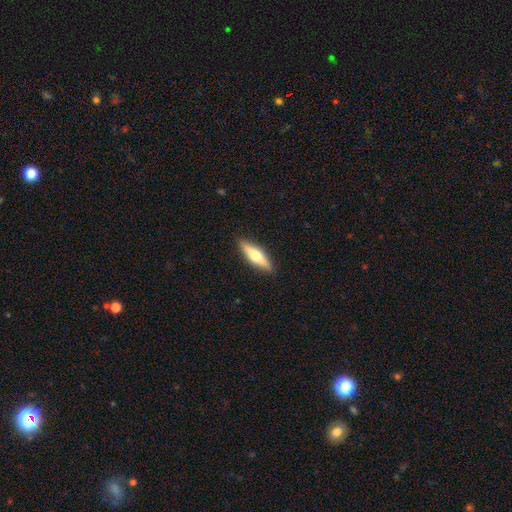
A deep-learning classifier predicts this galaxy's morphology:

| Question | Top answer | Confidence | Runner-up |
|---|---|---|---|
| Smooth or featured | smooth | 51% | featured or disk (44%) |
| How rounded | cigar-shaped | 64% | in between (34%) |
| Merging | none | 90% | minor disturbance (7%) |